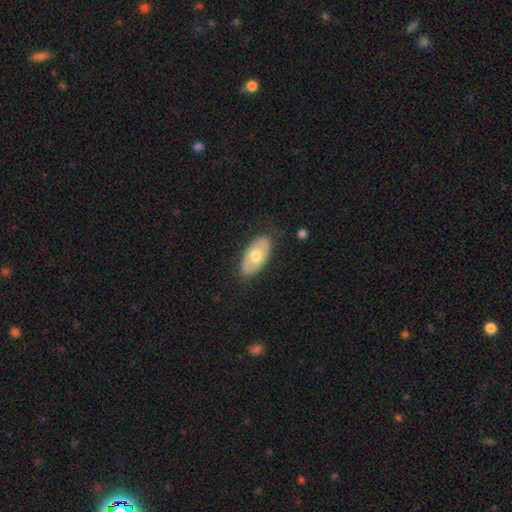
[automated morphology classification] A smooth galaxy with no disk features (61%) that is in between round and cigar-shaped (94%).

Vote fractions:
- Smooth or featured? smooth: 61% / featured or disk: 33% / star or artifact: 5%
- How rounded? in between: 94% / round: 4% / cigar-shaped: 3%
- Merging? none: 82% / minor disturbance: 13% / major disturbance: 3% / merger: 1%